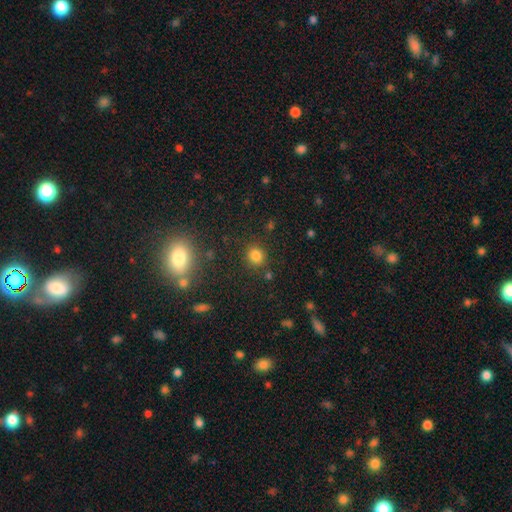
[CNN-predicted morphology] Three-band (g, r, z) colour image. It shows a smooth galaxy with no disk features (80%) that is round (83%). Merging: none (84%).